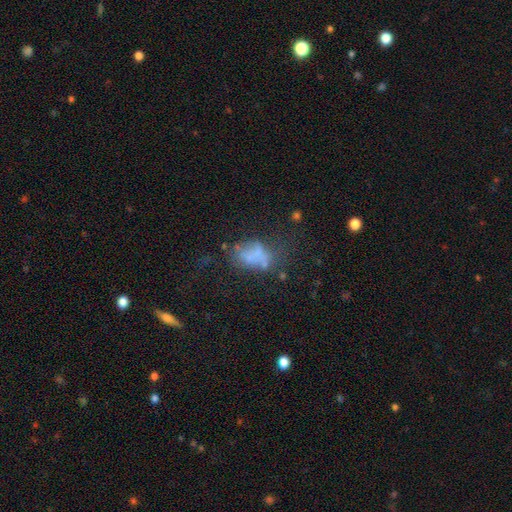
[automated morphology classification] A smooth galaxy with no disk features (49%). Merging: none (34%).